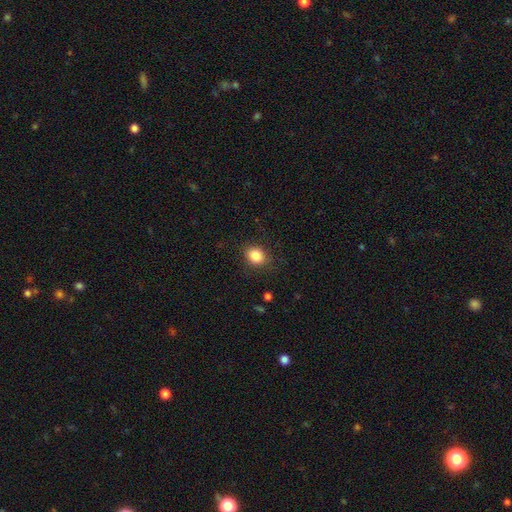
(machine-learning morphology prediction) Q: Smooth or featured?
A: smooth (86%); runner-up: star or artifact (10%)
Q: How rounded?
A: round (50%); runner-up: in between (49%)
Q: Merging?
A: none (84%); runner-up: minor disturbance (11%)